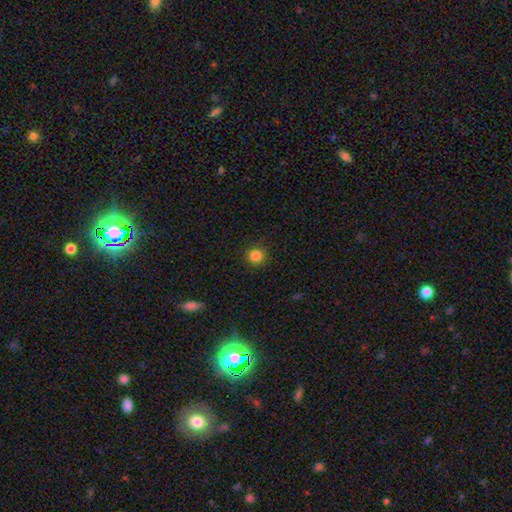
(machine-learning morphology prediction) This appears to be a smooth galaxy with no disk features (84%) that is round (92%). Merging: none (89%).